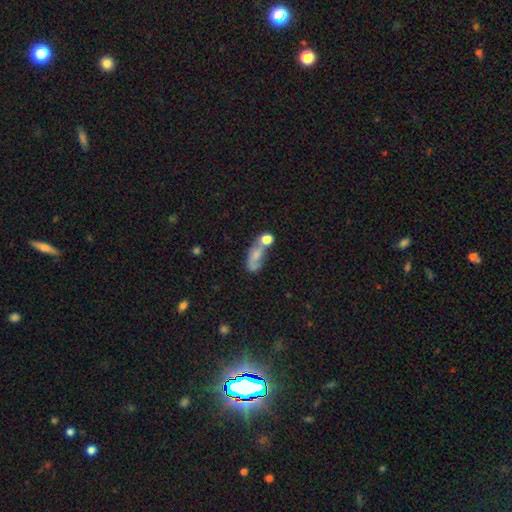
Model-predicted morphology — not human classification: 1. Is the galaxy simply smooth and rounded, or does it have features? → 55% smooth, 32% featured or disk, 13% star or artifact.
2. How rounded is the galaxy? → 75% in between, 14% round, 11% cigar-shaped.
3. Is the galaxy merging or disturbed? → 41% merger, 24% none, 19% major disturbance, 16% minor disturbance.